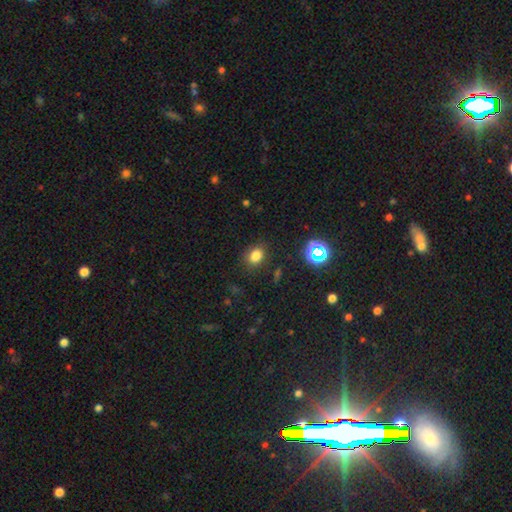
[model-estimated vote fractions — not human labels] A smooth galaxy with no disk features (77%) that is in between round and cigar-shaped (55%). Merging: none (83%).